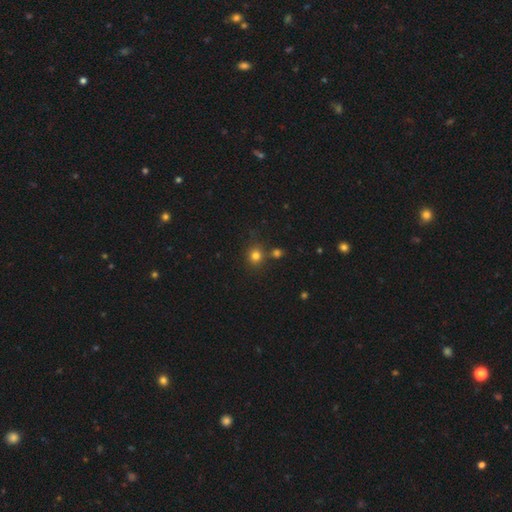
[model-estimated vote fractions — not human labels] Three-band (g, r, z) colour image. It shows a smooth galaxy with no disk features (78%) that is round (86%). Merging: none (72%).